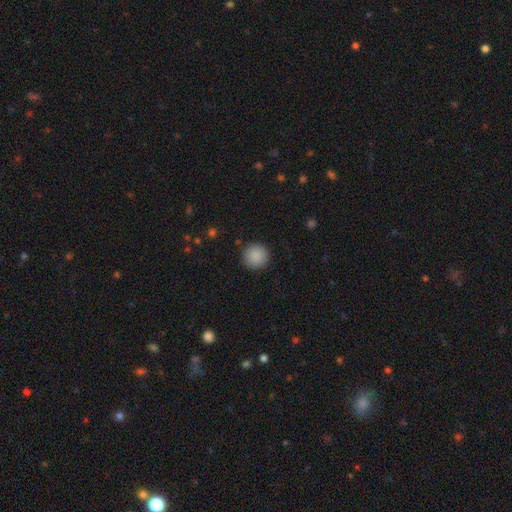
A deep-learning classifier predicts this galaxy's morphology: Q: Smooth or featured?
A: smooth (89%); runner-up: star or artifact (8%)
Q: How rounded?
A: round (95%); runner-up: in between (4%)
Q: Merging?
A: none (91%); runner-up: minor disturbance (6%)